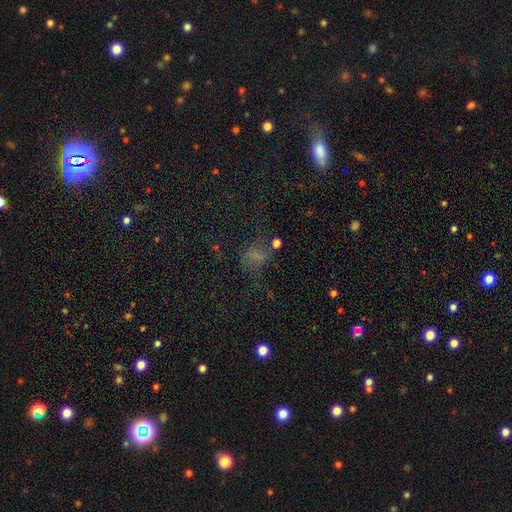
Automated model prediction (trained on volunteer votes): A smooth galaxy with no disk features (55%) that is in between round and cigar-shaped (53%). Merging: none (44%).